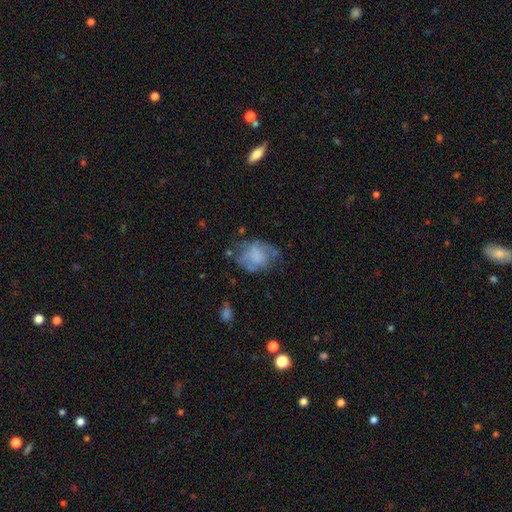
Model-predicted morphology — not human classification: Smooth or featured: smooth — 56% (featured or disk — 35%)
How rounded: in between — 64% (round — 35%)
Merging: none — 45% (minor disturbance — 30%)